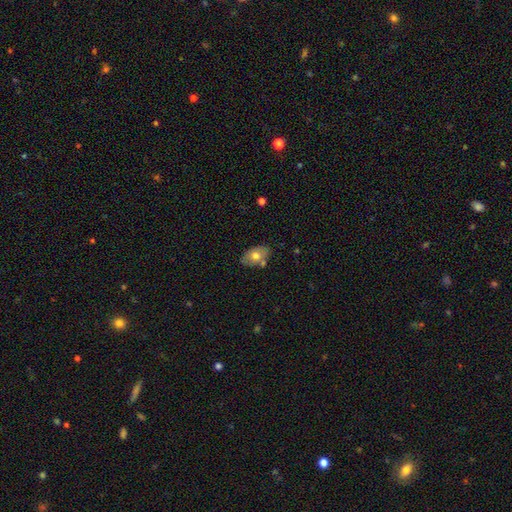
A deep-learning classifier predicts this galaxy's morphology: Smooth or featured?
  - smooth: 66% *
  - featured or disk: 27%
  - star or artifact: 7%
How rounded?
  - in between: 88% *
  - round: 11%
  - cigar-shaped: 1%
Merging?
  - none: 71% *
  - minor disturbance: 16%
  - merger: 10%
  - major disturbance: 3%